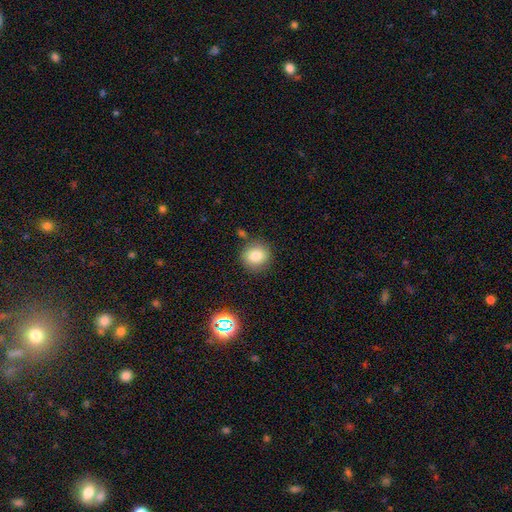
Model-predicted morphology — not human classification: Smooth or featured: smooth — 81% (star or artifact — 11%)
How rounded: round — 90% (in between — 9%)
Merging: none — 82% (minor disturbance — 10%)